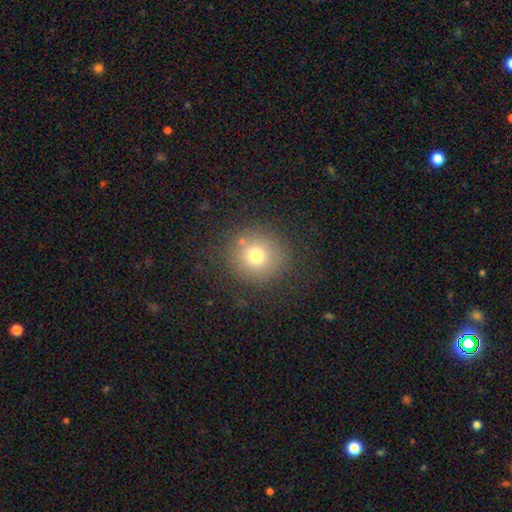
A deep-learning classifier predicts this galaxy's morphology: Overall: smooth (72%). How rounded: round (92%). Merging: none (81%).